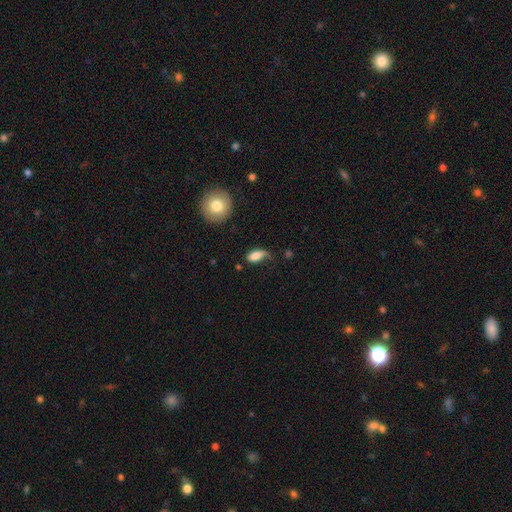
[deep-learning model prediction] Smooth or featured? smooth (78%)
How rounded? in between (87%)
Merging? none (38%)